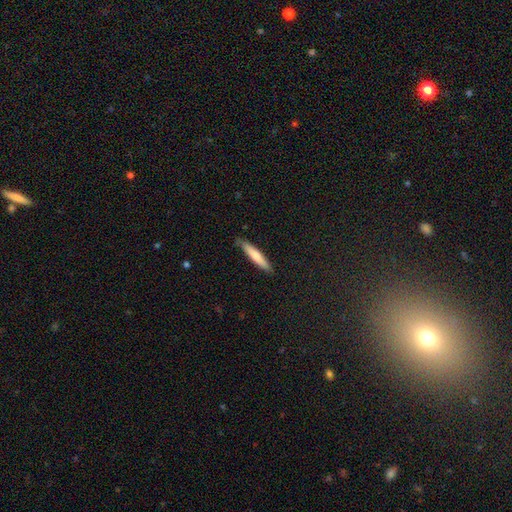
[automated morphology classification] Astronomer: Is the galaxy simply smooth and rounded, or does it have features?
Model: smooth — 69%.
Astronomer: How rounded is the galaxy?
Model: cigar-shaped — 90%.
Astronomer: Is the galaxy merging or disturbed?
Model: none — 84%.